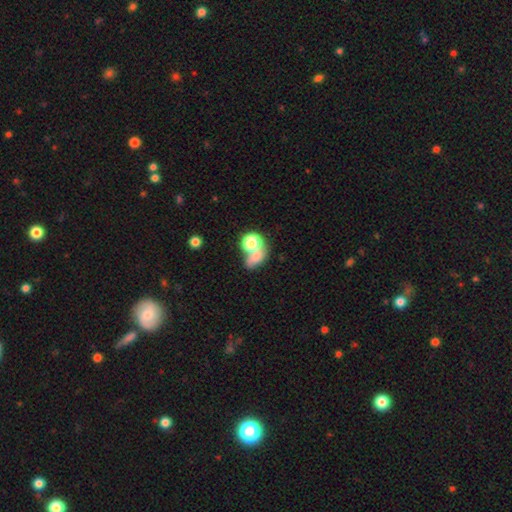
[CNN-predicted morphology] type=smooth (69%); roundness=in between (55%); merging=merger (52%).